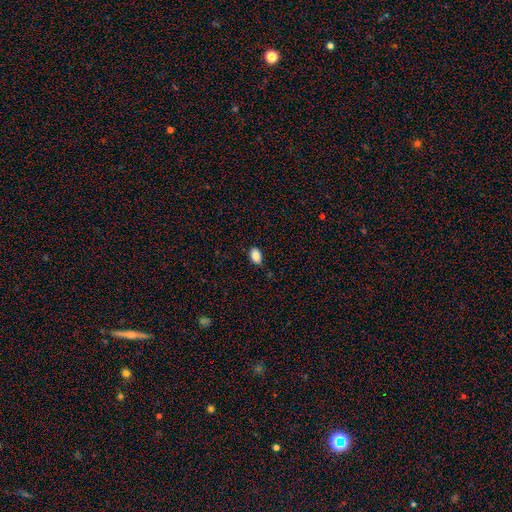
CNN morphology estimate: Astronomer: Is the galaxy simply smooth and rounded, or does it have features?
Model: smooth — 88%.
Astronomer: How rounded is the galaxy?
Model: in between — 88%.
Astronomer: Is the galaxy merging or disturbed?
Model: none — 81%.